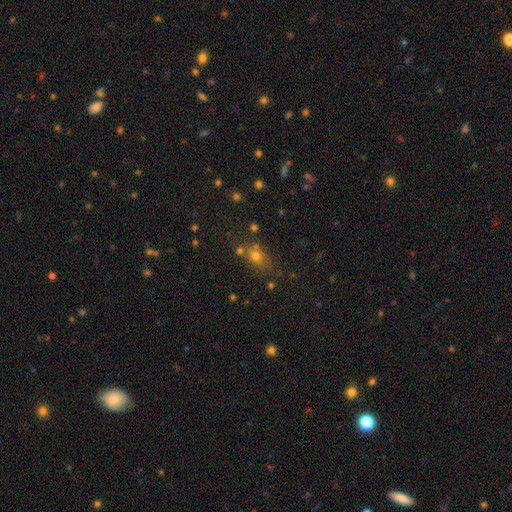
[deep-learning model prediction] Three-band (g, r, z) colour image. It shows a smooth galaxy with no disk features (64%) that is in between round and cigar-shaped (50%). Merging: none (64%).